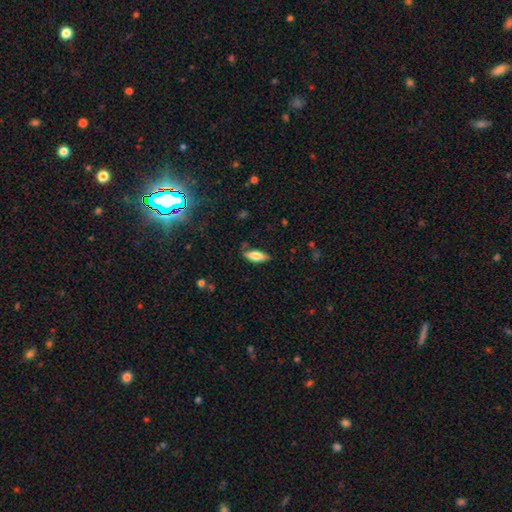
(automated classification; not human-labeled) Smooth or featured? smooth (75%)
How rounded? in between (73%)
Merging? none (78%)